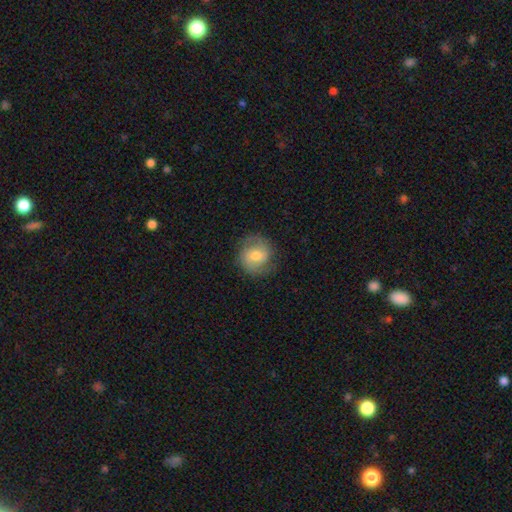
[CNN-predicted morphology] A featured or disk galaxy (56%) with no bar (51%), spiral arms (86%) and a moderate central bulge (66%). Merging: none (78%).